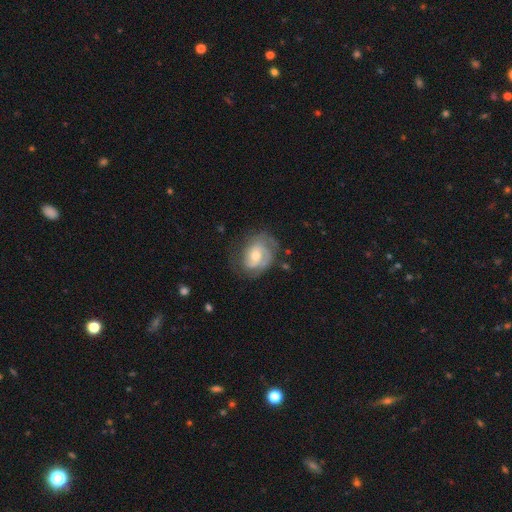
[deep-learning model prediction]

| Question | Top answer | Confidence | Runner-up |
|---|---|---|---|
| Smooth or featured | featured or disk | 77% | smooth (17%) |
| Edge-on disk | no | 97% | yes (3%) |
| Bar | no | 63% | weak (30%) |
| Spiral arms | yes | 90% | no (10%) |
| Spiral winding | tight | 56% | medium (33%) |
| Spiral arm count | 2 | 43% | can't tell (26%) |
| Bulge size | moderate | 60% | small (35%) |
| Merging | none | 64% | minor disturbance (23%) |